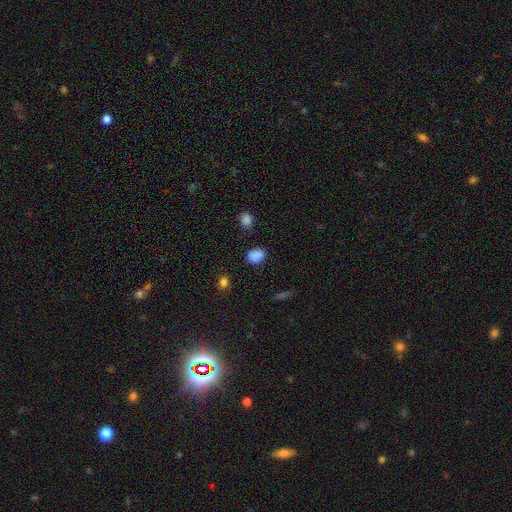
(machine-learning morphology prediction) type=smooth (84%); roundness=in between (59%); merging=none (81%).